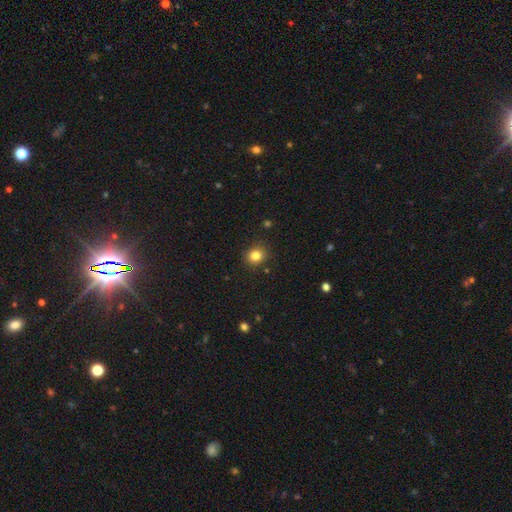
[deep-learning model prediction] The model was most divided on "how rounded": round: 76%, in between: 23%, cigar-shaped: 1%. More confident: merging — none (89%); smooth or featured — smooth (83%).